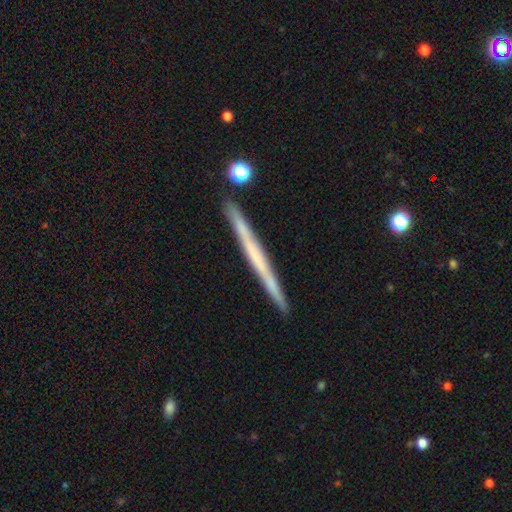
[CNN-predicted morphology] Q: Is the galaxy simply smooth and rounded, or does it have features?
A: featured or disk — 58%.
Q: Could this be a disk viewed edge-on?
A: yes — 97%.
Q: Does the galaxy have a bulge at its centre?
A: none — 86%.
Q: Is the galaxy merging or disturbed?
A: none — 91%.